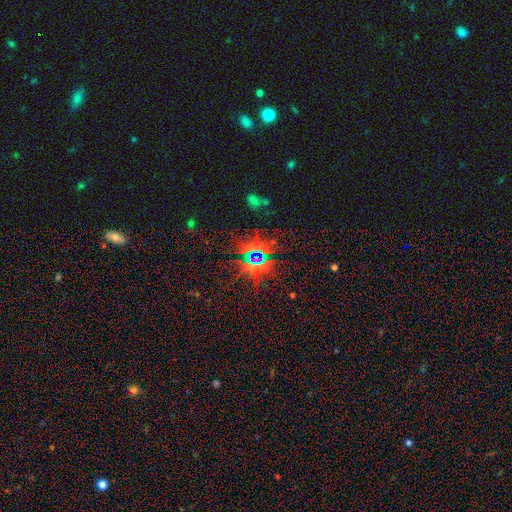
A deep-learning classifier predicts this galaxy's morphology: star or artifact 81%, smooth 11%, featured or disk 9%.